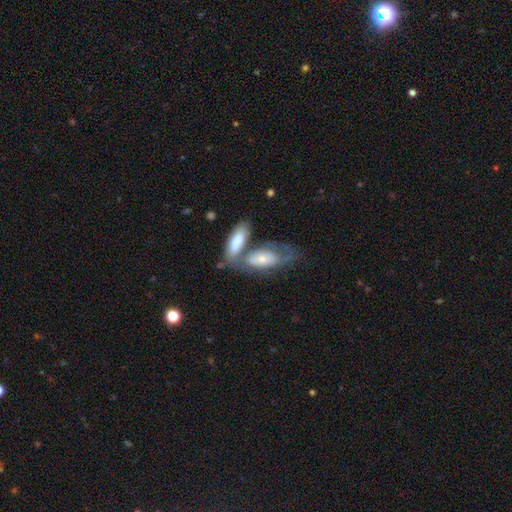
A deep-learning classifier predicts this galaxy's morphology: Smooth or featured?
  - smooth: 45% * (tied)
  - featured or disk: 45% * (tied)
  - star or artifact: 10%
Merging?
  - merger: 46% *
  - none: 39%
  - minor disturbance: 10%
  - major disturbance: 5%